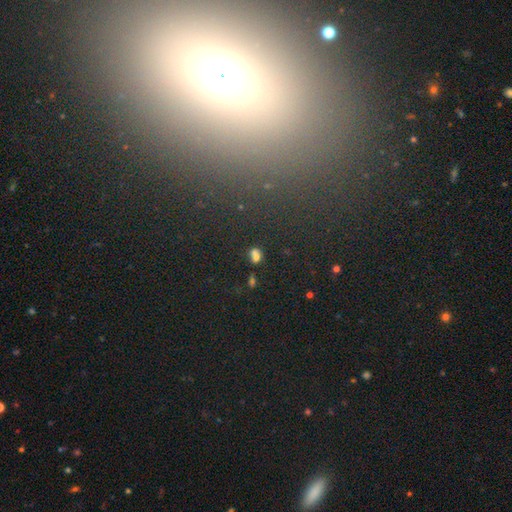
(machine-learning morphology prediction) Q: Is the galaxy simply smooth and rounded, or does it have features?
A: smooth — 63%.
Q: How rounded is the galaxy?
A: in between — 57%.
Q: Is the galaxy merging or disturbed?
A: none — 48%.